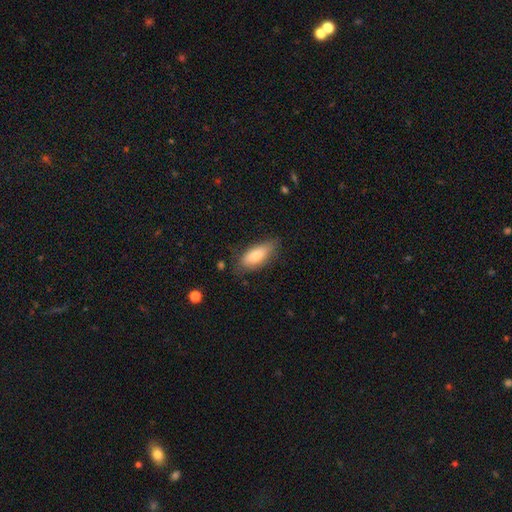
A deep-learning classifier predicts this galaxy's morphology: This appears to be a smooth galaxy with no disk features (77%) that is in between round and cigar-shaped (77%). Merging: none (71%).